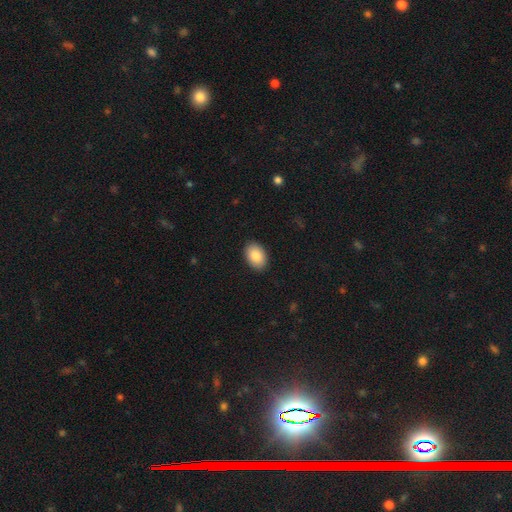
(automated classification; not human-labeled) A smooth galaxy with no disk features (86%) that is in between round and cigar-shaped (88%).

Vote fractions:
- Smooth or featured? smooth: 86% / featured or disk: 7% / star or artifact: 7%
- How rounded? in between: 88% / round: 11% / cigar-shaped: 1%
- Merging? none: 90% / minor disturbance: 7% / major disturbance: 2% / merger: 1%